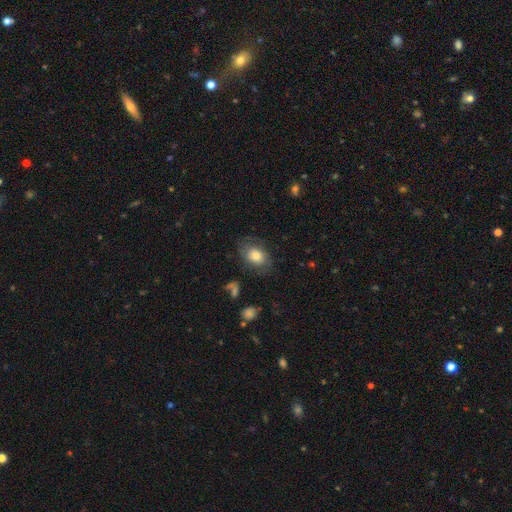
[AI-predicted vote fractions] Smooth or featured?
  - smooth: 60% *
  - featured or disk: 32%
  - star or artifact: 9%
How rounded?
  - in between: 75% *
  - round: 23%
  - cigar-shaped: 1%
Merging?
  - none: 66% *
  - minor disturbance: 21%
  - major disturbance: 12%
  - merger: 2%